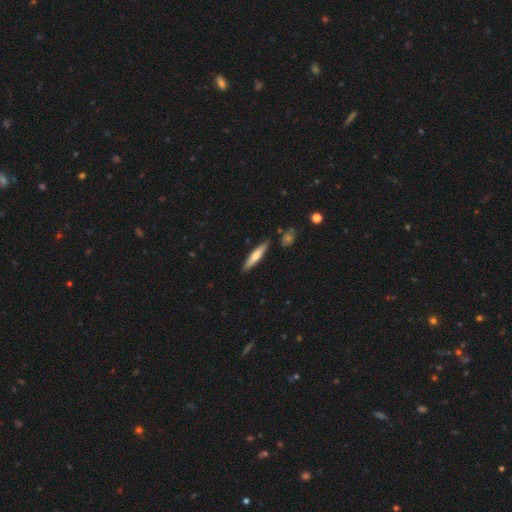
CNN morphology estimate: Q: Smooth or featured?
A: smooth (57%); runner-up: featured or disk (37%)
Q: How rounded?
A: cigar-shaped (87%); runner-up: in between (12%)
Q: Merging?
A: none (87%); runner-up: minor disturbance (9%)